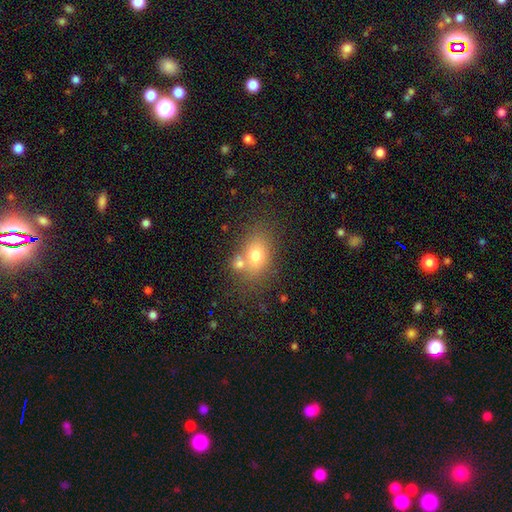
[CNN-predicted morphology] A smooth galaxy with no disk features (72%) that is in between round and cigar-shaped (71%).

Vote fractions:
- Smooth or featured? smooth: 72% / featured or disk: 17% / star or artifact: 11%
- How rounded? in between: 71% / round: 27% / cigar-shaped: 2%
- Merging? none: 55% / merger: 27% / minor disturbance: 13% / major disturbance: 5%